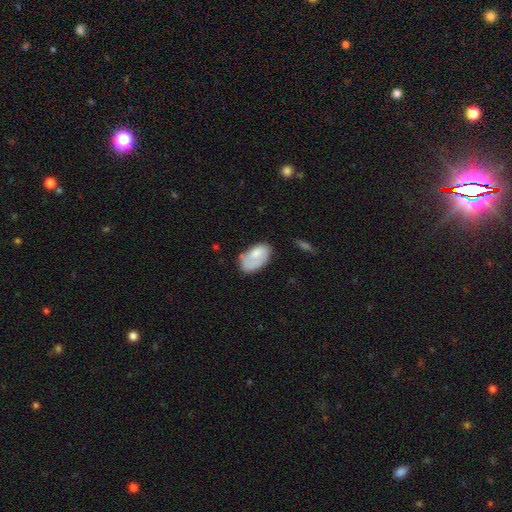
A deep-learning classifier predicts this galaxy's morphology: smooth_or_featured: smooth (p=0.71) [alt: featured or disk p=0.23]
how_rounded: in between (p=0.94) [alt: round p=0.04]
merging: none (p=0.48) [alt: minor disturbance p=0.30]